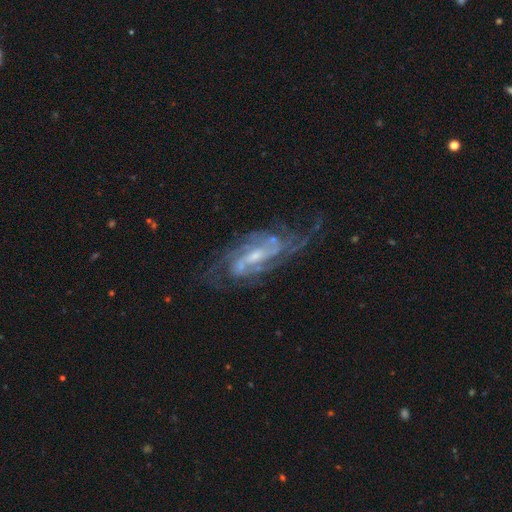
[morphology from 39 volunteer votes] smooth-or-featured: featured or disk: 92% | star or artifact: 5% | smooth: 3%
  disk-edge-on: no: 83% | yes: 17%
    bar: weak: 40% | strong: 30% | no: 30%
    has-spiral-arms: yes: 100% | no: 0%
      spiral-winding: tight: 53% | medium: 43% | loose: 3%
      spiral-arm-count: 4: 37% | can't tell: 23% | more than 4: 17% | 3: 13% | 2: 10% | 1: 0%
    bulge-size: small: 53% | moderate: 40% | large: 3% | none: 3% | dominant: 0%
  merging: none: 76% | minor disturbance: 14% | major disturbance: 5% | merger: 5%